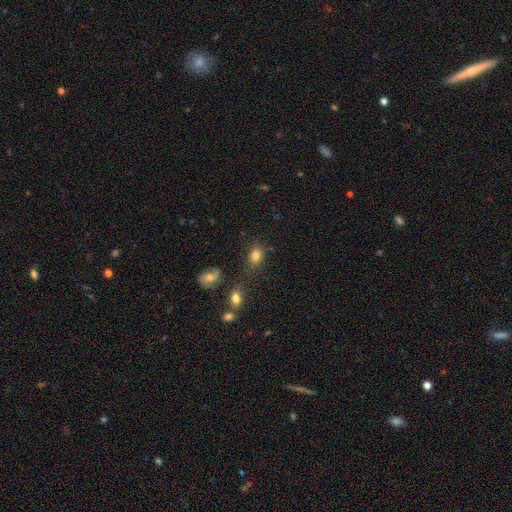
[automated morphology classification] type=smooth (81%); roundness=in between (74%); merging=none (69%).